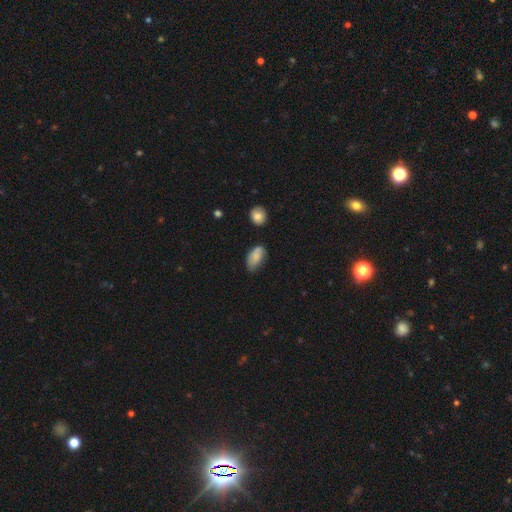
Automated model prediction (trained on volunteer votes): smooth 79%, featured or disk 13%, star or artifact 8%. Down the decision tree: how rounded — in between (93%); merging — none (57%).